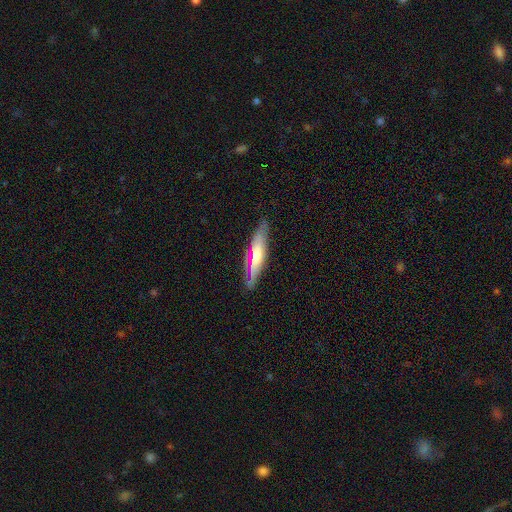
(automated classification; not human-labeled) Smooth or featured? Predicted: smooth (p=0.49). Merging? Predicted: none (p=0.77).